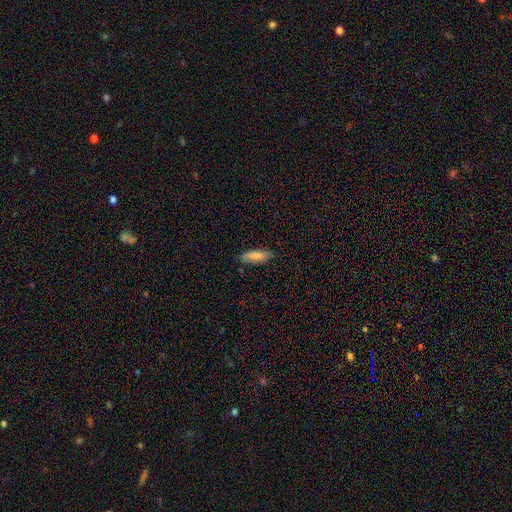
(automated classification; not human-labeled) smooth 81%, featured or disk 13%, star or artifact 6%. Down the decision tree: how rounded — in between (63%); merging — none (83%).